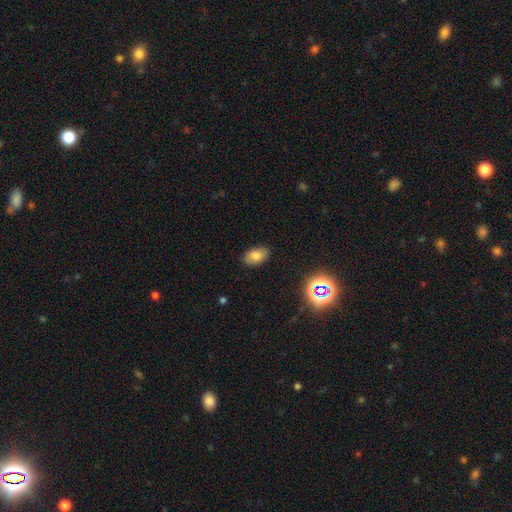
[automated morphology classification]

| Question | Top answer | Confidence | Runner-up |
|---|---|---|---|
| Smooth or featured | smooth | 80% | star or artifact (11%) |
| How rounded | in between | 90% | round (9%) |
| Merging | none | 87% | minor disturbance (9%) |